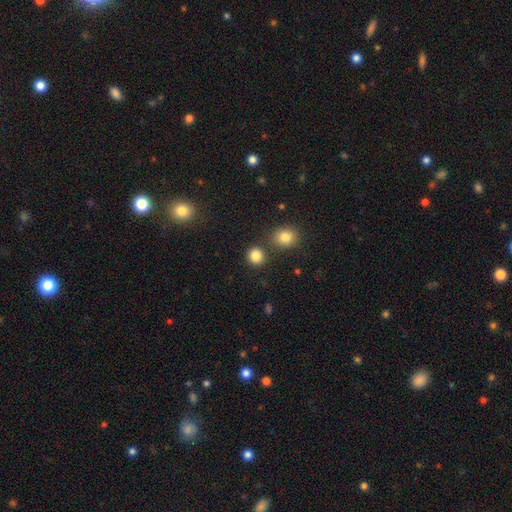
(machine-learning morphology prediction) Smooth or featured?
  - smooth: 85% *
  - star or artifact: 11%
  - featured or disk: 4%
How rounded?
  - round: 88% *
  - in between: 11%
  - cigar-shaped: 1%
Merging?
  - none: 82% *
  - merger: 8%
  - minor disturbance: 7%
  - major disturbance: 3%